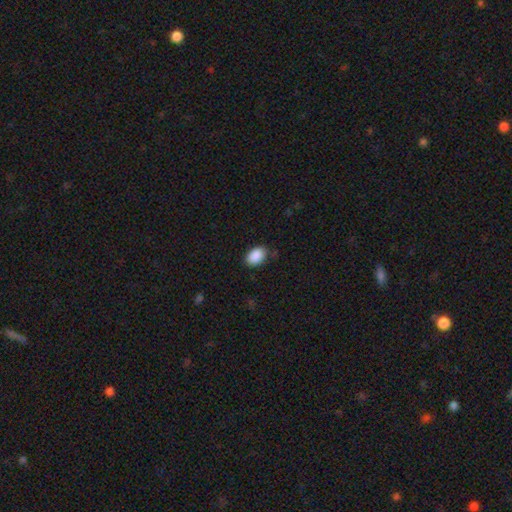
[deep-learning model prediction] smooth 90%, star or artifact 7%, featured or disk 3%. Down the decision tree: how rounded — in between (87%); merging — none (82%).